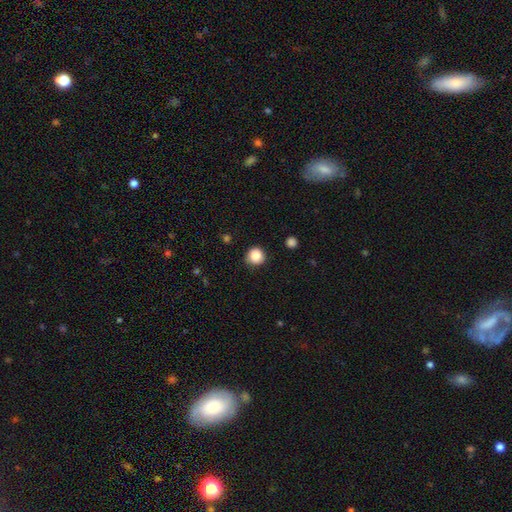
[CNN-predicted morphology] Smooth or featured: smooth — 86% (star or artifact — 10%)
How rounded: round — 93% (in between — 6%)
Merging: none — 85% (minor disturbance — 11%)